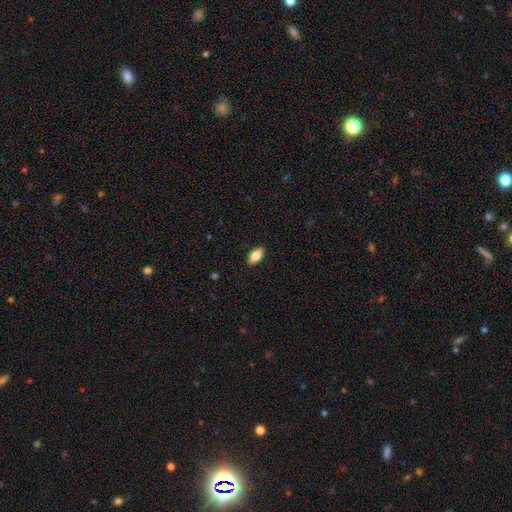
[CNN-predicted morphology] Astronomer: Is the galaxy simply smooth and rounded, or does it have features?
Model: smooth — 80%.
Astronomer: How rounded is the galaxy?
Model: in between — 89%.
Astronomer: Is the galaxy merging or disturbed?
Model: none — 89%.